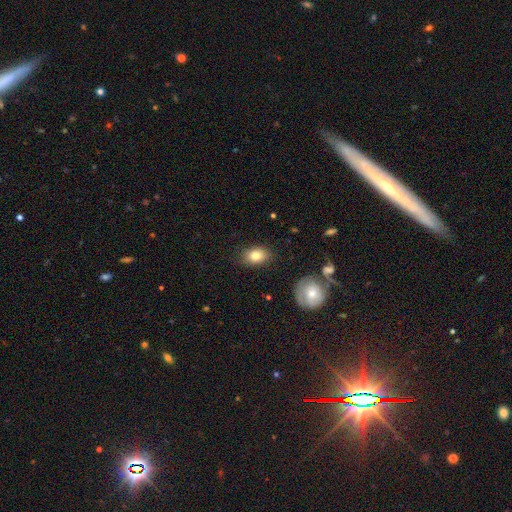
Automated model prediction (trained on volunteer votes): smooth 80%, featured or disk 11%, star or artifact 9%. Down the decision tree: how rounded — in between (78%); merging — none (84%).